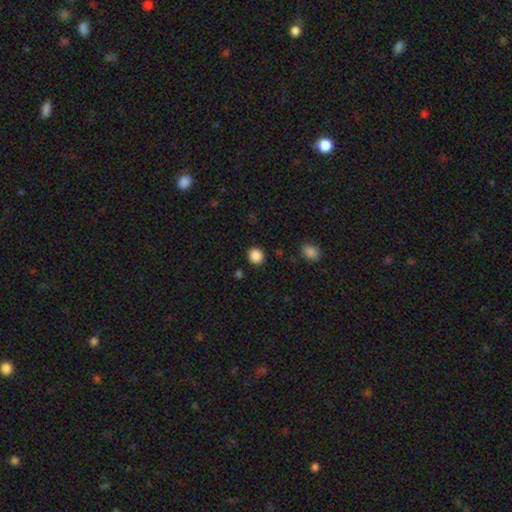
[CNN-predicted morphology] Smooth or featured?
  - smooth: 87% *
  - star or artifact: 10%
  - featured or disk: 3%
How rounded?
  - round: 90% *
  - in between: 9%
  - cigar-shaped: 1%
Merging?
  - none: 91% *
  - minor disturbance: 6%
  - major disturbance: 2%
  - merger: 2%